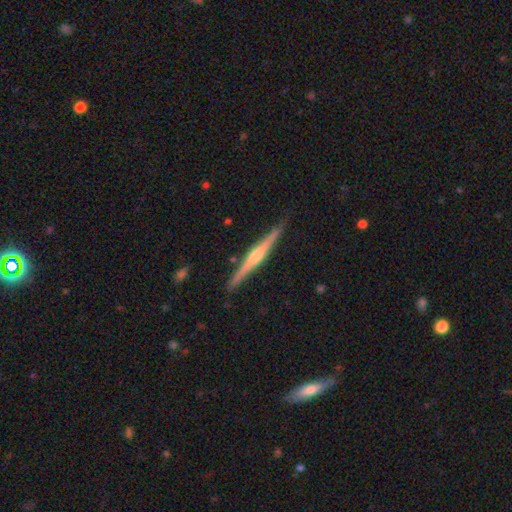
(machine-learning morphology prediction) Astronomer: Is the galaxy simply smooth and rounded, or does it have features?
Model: featured or disk — 81%.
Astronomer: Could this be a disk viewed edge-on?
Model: yes — 98%.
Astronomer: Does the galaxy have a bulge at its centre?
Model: rounded — 83%.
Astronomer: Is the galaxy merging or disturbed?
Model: none — 91%.